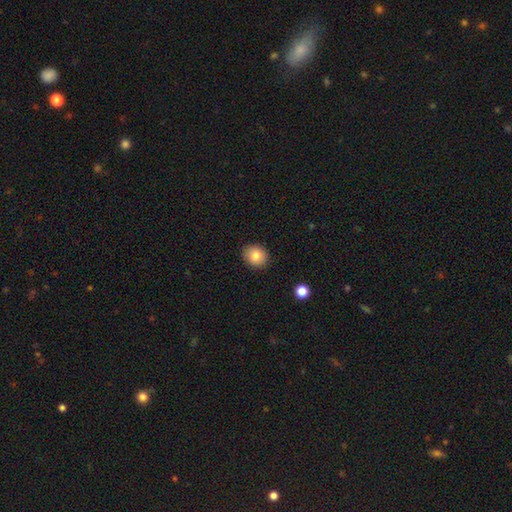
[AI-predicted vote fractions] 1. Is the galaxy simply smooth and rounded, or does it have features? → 84% smooth, 9% star or artifact, 7% featured or disk.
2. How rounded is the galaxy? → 75% round, 24% in between, 1% cigar-shaped.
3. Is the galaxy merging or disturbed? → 90% none, 7% minor disturbance, 2% major disturbance, 1% merger.